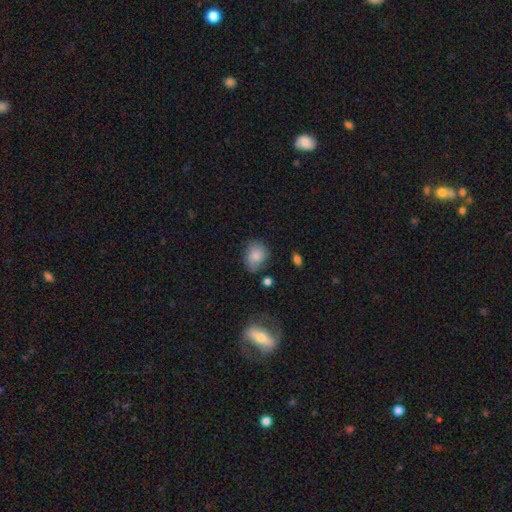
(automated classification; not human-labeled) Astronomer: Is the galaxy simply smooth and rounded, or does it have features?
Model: smooth — 80%.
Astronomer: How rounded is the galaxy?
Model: in between — 50% (runner-up: round, 49%).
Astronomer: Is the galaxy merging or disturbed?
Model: none — 63%.